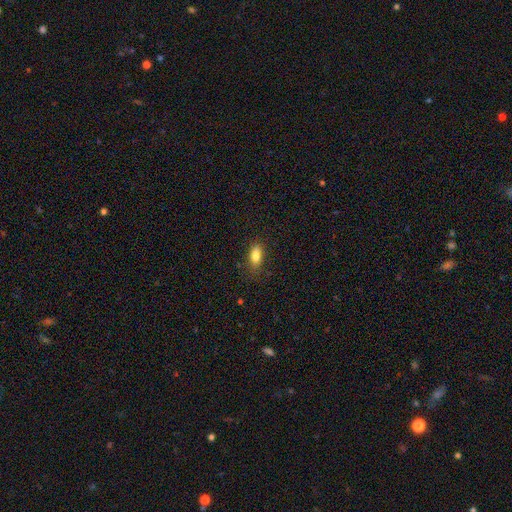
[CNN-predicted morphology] Q: Smooth or featured?
A: smooth (81%); runner-up: featured or disk (10%)
Q: How rounded?
A: in between (83%); runner-up: cigar-shaped (11%)
Q: Merging?
A: none (81%); runner-up: minor disturbance (14%)